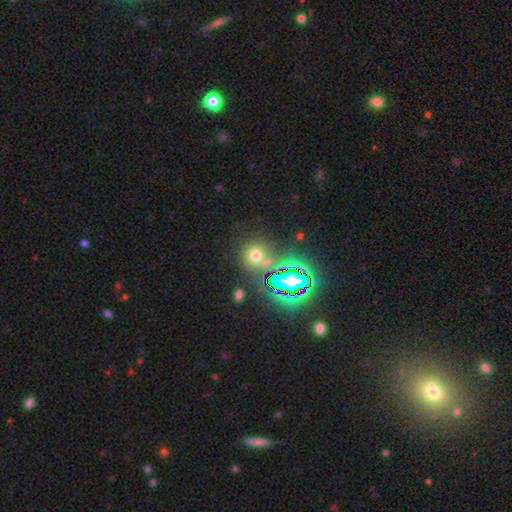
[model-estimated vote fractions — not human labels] Smooth or featured: smooth — 56% (star or artifact — 33%)
How rounded: round — 86% (in between — 13%)
Merging: none — 64% (merger — 20%)